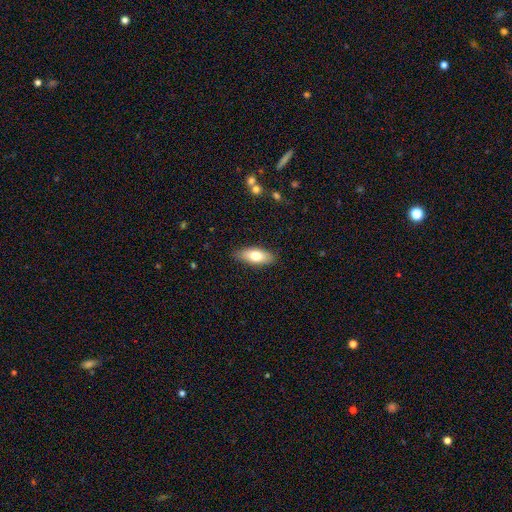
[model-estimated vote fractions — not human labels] Overall: smooth (73%). How rounded: in between (80%). Merging: none (86%).